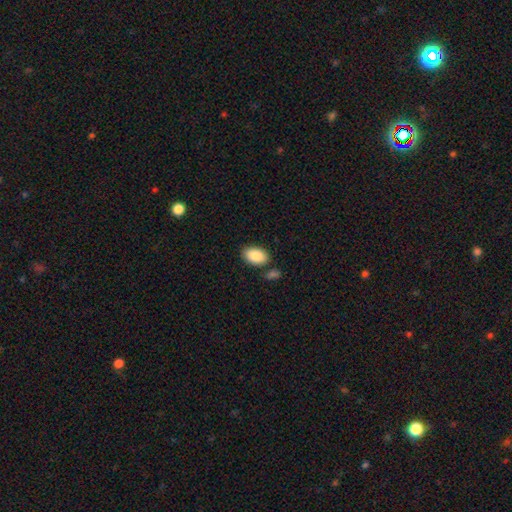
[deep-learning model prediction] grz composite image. It shows a smooth galaxy with no disk features (87%) that is in between round and cigar-shaped (92%). Merging: none (79%).